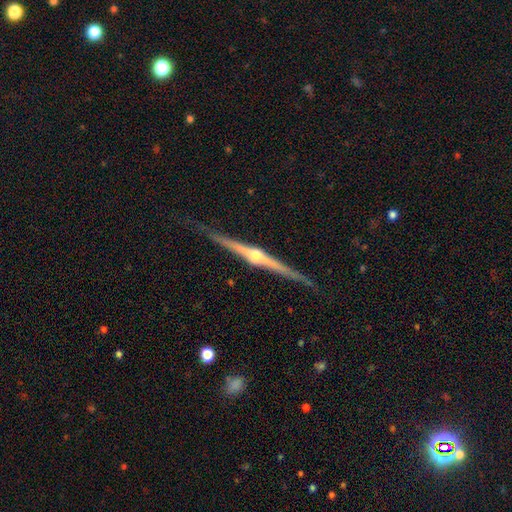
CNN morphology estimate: This is clearly a featured or disk galaxy (87%). It is clearly viewed edge-on (98%). Edge-on bulge: clearly rounded (95%). Merging: clearly none (87%).